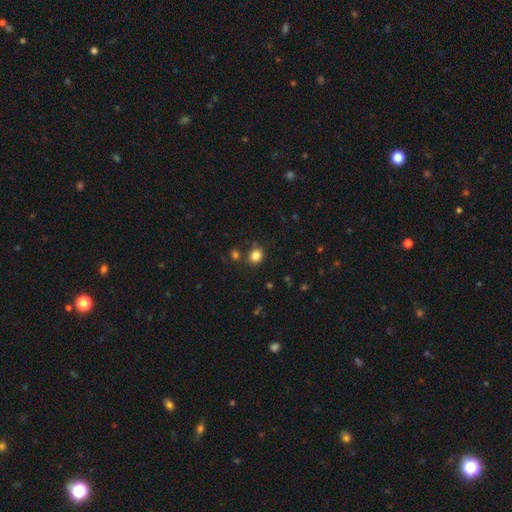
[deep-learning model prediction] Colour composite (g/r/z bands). It shows a smooth galaxy with no disk features (83%) that is round (75%). Merging: none (82%).